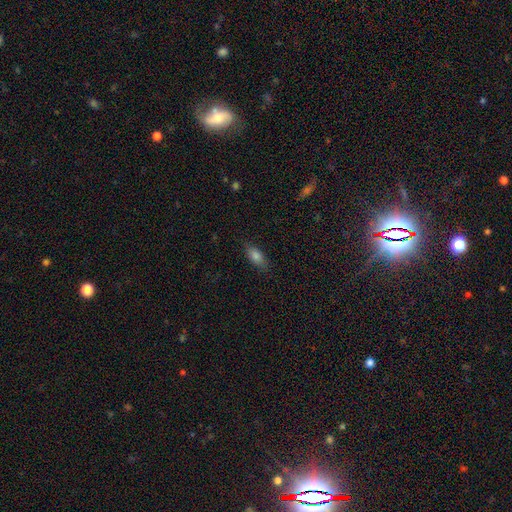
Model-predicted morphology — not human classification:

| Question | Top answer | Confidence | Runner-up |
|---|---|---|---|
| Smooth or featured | smooth | 81% | featured or disk (10%) |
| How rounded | in between | 84% | cigar-shaped (12%) |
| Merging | none | 82% | minor disturbance (14%) |